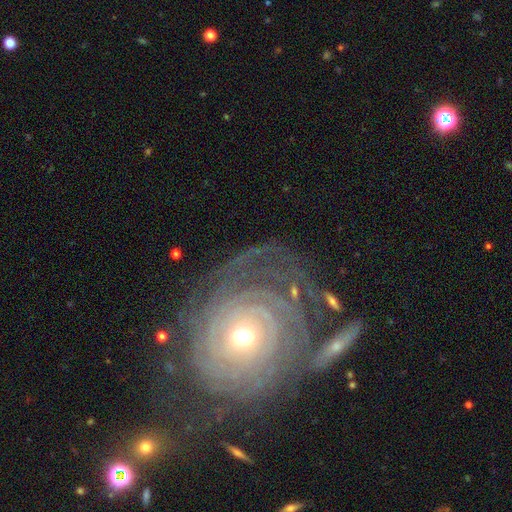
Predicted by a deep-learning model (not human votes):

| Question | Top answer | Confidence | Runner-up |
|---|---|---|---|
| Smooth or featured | featured or disk | 82% | smooth (10%) |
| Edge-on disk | no | 96% | yes (4%) |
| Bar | no | 75% | weak (18%) |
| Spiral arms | yes | 90% | no (10%) |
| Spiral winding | tight | 81% | medium (14%) |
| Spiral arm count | can't tell | 40% | 3 (14%) |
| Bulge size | moderate | 58% | small (36%) |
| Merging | none | 57% | minor disturbance (18%) |